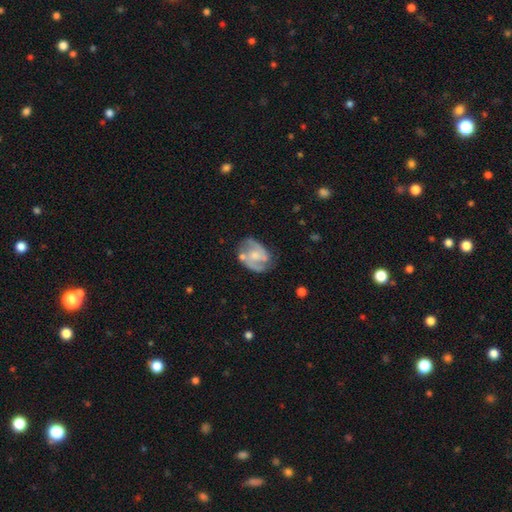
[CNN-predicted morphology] Smooth or featured?
  - featured or disk: 77% *
  - smooth: 17%
  - star or artifact: 6%
Edge-on disk?
  - no: 98% *
  - yes: 2%
Bar?
  - no: 53% *
  - weak: 38%
  - strong: 10%
Spiral arms?
  - yes: 88% *
  - no: 12%
Spiral winding?
  - medium: 51% *
  - tight: 25%
  - loose: 24%
Spiral arm count?
  - 2: 79% *
  - can't tell: 10%
  - 3: 5%
  - 1: 4%
  - 4: 1%
  - more than 4: 1%
Bulge size?
  - moderate: 40% *
  - small: 37%
  - none: 16%
  - large: 6%
  - dominant: 1%
Merging?
  - none: 58% *
  - minor disturbance: 23%
  - major disturbance: 11%
  - merger: 7%